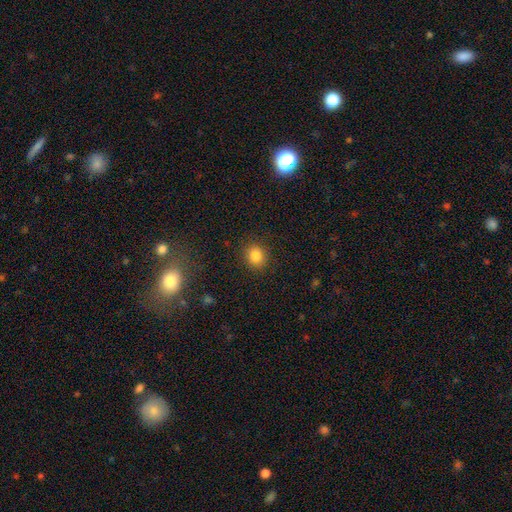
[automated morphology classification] This appears to be a smooth galaxy with no disk features (84%) that is round (69%). Merging: none (88%).